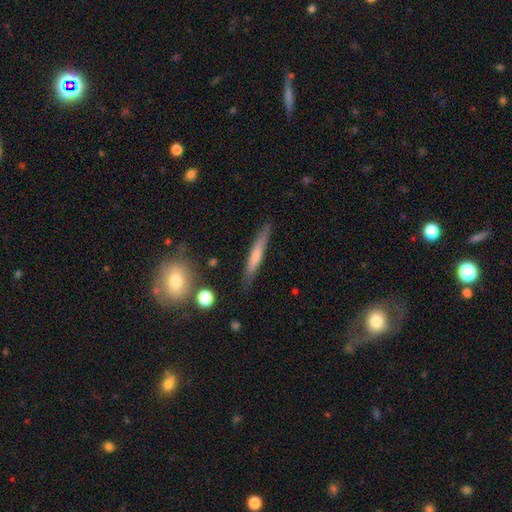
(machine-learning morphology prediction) Overall: smooth (61%; featured or disk 33%). How rounded: cigar-shaped (93%). Merging: none (83%).